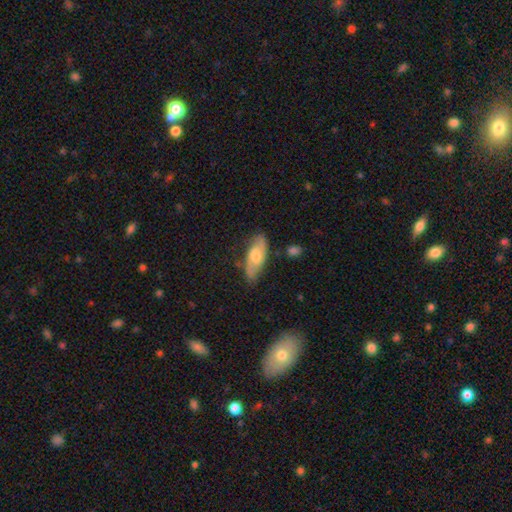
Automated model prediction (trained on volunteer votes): Smooth or featured?
  - smooth: 49% *
  - featured or disk: 45%
  - star or artifact: 7%
Merging?
  - none: 72% *
  - minor disturbance: 21%
  - major disturbance: 5%
  - merger: 2%